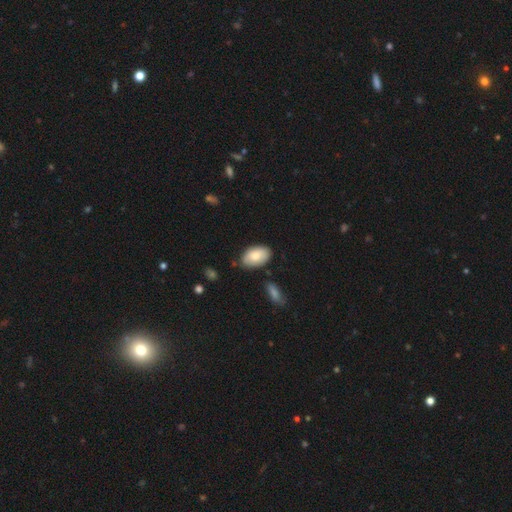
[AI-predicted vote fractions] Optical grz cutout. It shows a smooth galaxy with no disk features (80%) that is in between round and cigar-shaped (94%). Merging: none (75%).